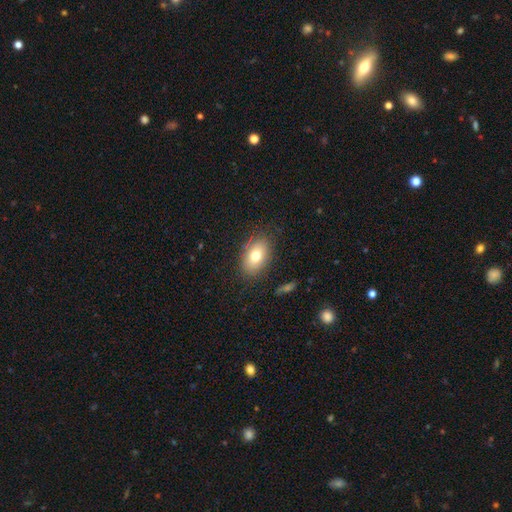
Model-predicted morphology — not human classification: smooth 76%, featured or disk 15%, star or artifact 9%. Down the decision tree: how rounded — in between (86%); merging — none (82%).